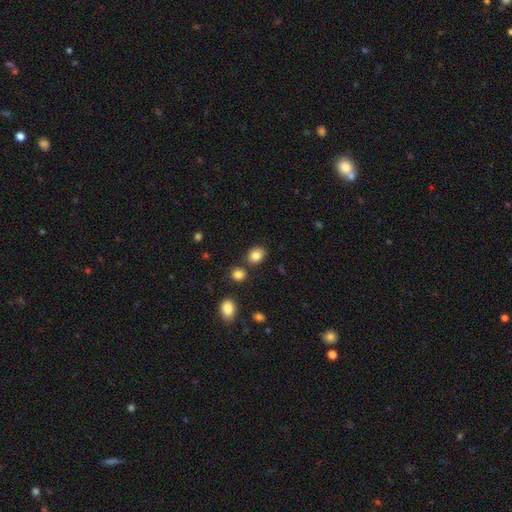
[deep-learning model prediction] Smooth or featured: smooth — 84% (star or artifact — 10%)
How rounded: in between — 50% (round — 49%)
Merging: none — 80% (minor disturbance — 10%)